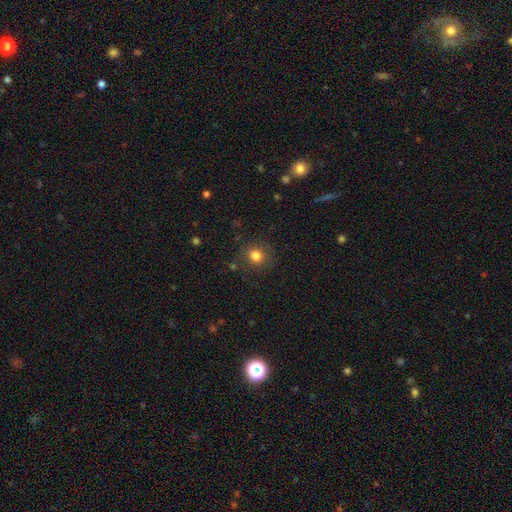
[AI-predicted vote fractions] Smooth or featured? Predicted: smooth (p=0.81). How rounded? Predicted: round (p=0.81). Merging? Predicted: none (p=0.83).